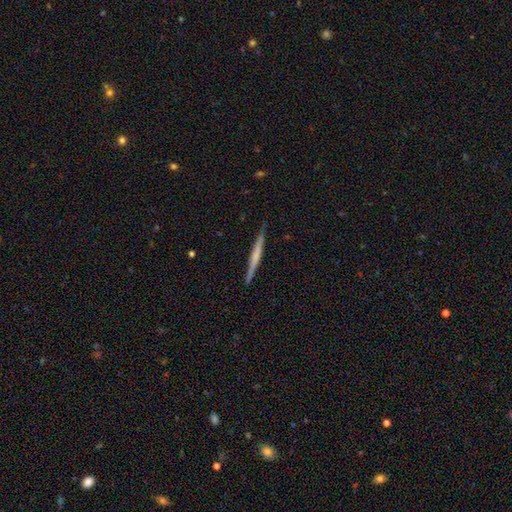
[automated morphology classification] A featured or disk galaxy (60%) viewed edge-on (98%) with no central bulge (57%).

Vote fractions:
- Smooth or featured? featured or disk: 60% / smooth: 35% / star or artifact: 6%
- Edge-on disk? yes: 98% / no: 2%
- Edge-on bulge? none: 57% / rounded: 31% / boxy: 12%
- Merging? none: 90% / minor disturbance: 8% / major disturbance: 1% / merger: 1%